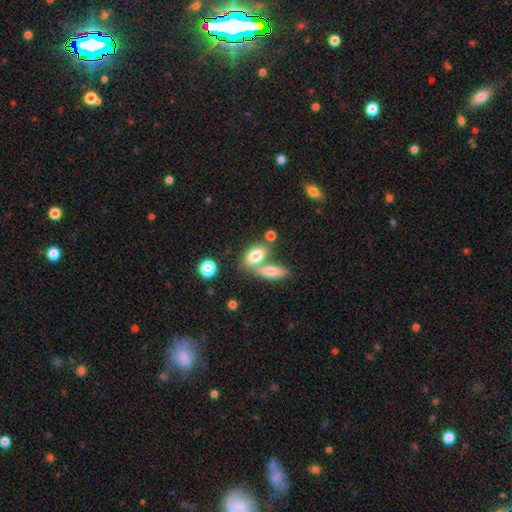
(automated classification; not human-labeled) Smooth or featured: smooth — 77% (featured or disk — 16%)
How rounded: in between — 83% (cigar-shaped — 9%)
Merging: merger — 46% (none — 40%)